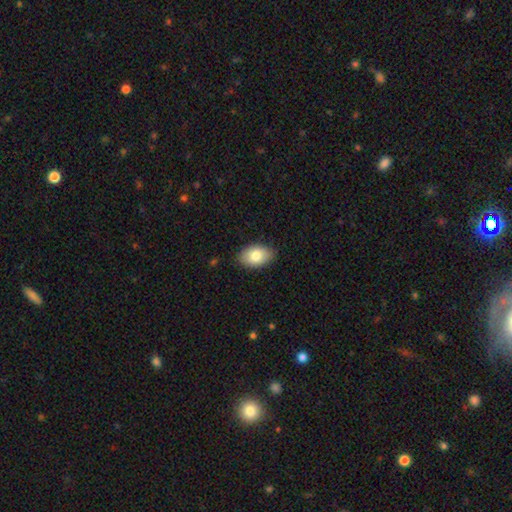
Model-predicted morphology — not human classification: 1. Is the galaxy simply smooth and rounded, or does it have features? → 80% smooth, 13% featured or disk, 7% star or artifact.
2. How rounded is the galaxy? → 91% in between, 8% round, 1% cigar-shaped.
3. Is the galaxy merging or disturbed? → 87% none, 10% minor disturbance, 2% major disturbance, 1% merger.